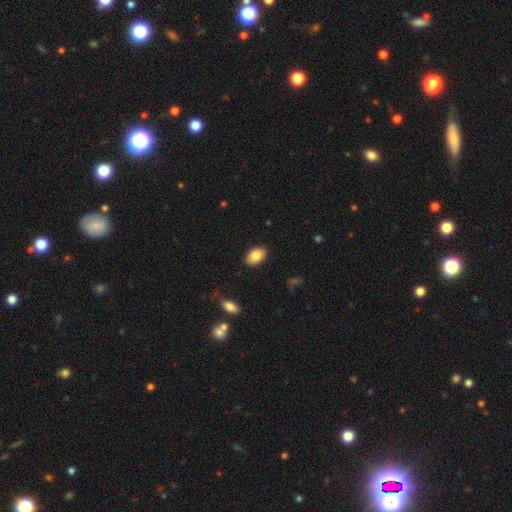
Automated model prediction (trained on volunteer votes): Overall: smooth (83%). How rounded: in between (90%). Merging: none (88%).